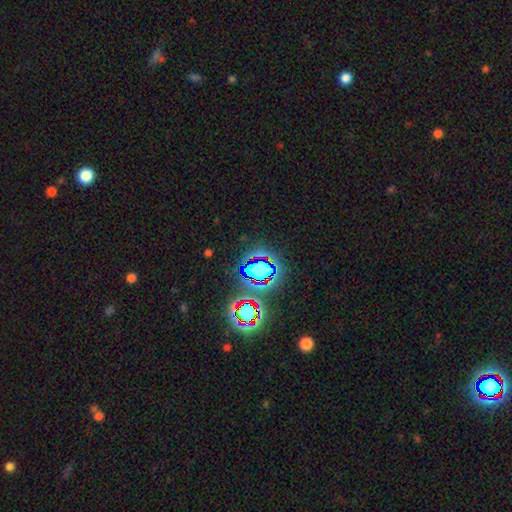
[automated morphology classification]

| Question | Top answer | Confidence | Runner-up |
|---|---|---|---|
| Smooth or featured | star or artifact | 78% | smooth (13%) |